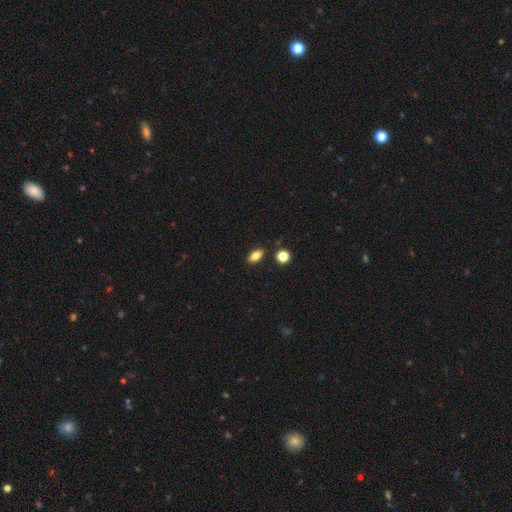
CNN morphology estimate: Smooth or featured? smooth (79%)
How rounded? in between (86%)
Merging? none (85%)